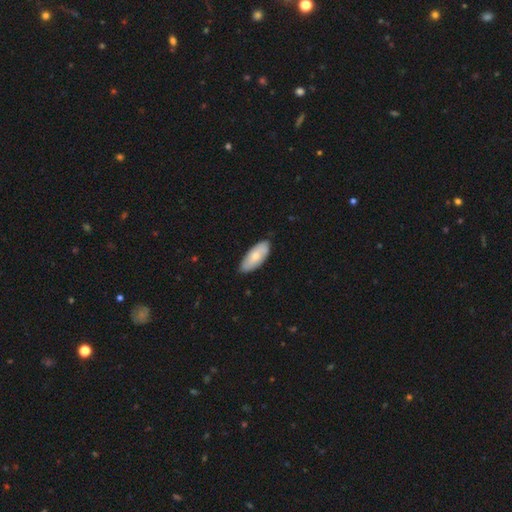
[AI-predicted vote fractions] smooth_or_featured: smooth (p=0.70) [alt: featured or disk p=0.25]
how_rounded: in between (p=0.87) [alt: cigar-shaped p=0.11]
merging: none (p=0.82) [alt: minor disturbance p=0.15]